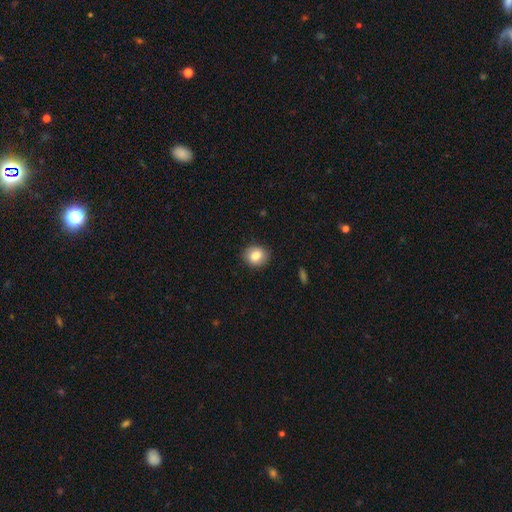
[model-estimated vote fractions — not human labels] smooth 83%, star or artifact 9%, featured or disk 9%. Down the decision tree: how rounded — round (71%); merging — none (88%).